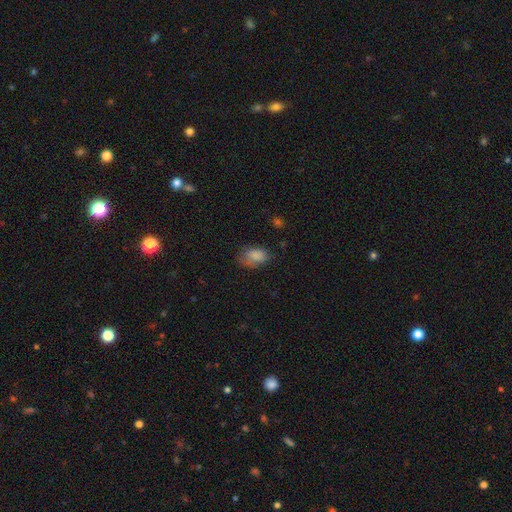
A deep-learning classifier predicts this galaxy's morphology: Smooth or featured? Predicted: smooth (p=0.82). How rounded? Predicted: in between (p=0.86). Merging? Predicted: none (p=0.57).